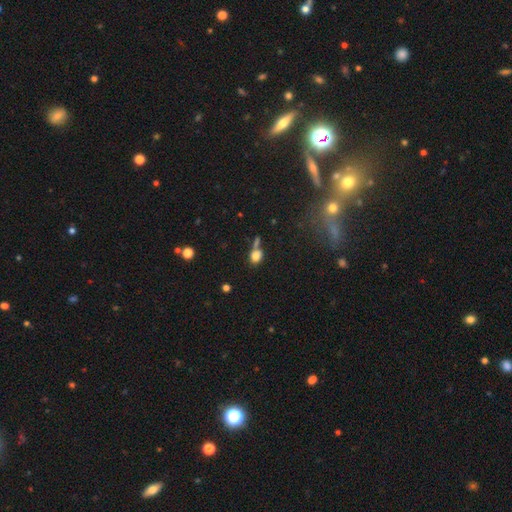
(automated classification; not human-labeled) A smooth galaxy with no disk features (78%) that is round (57%).

Vote fractions:
- Smooth or featured? smooth: 78% / star or artifact: 13% / featured or disk: 9%
- How rounded? round: 57% / in between: 41% / cigar-shaped: 2%
- Merging? none: 48% / merger: 29% / minor disturbance: 15% / major disturbance: 8%